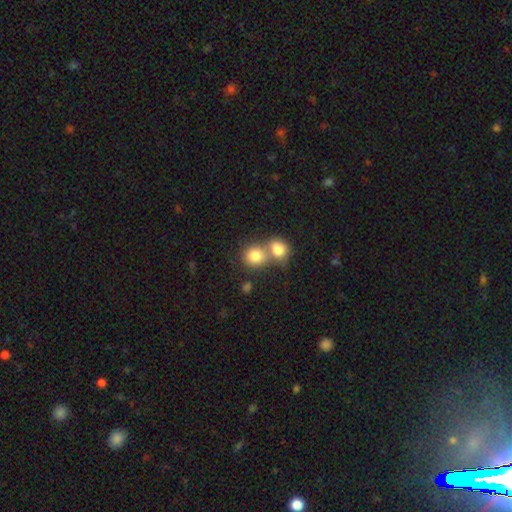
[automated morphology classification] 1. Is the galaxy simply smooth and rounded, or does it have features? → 82% smooth, 9% featured or disk, 9% star or artifact.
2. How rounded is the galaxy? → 76% round, 23% in between, 1% cigar-shaped.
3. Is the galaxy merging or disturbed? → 57% merger, 33% none, 7% minor disturbance, 3% major disturbance.